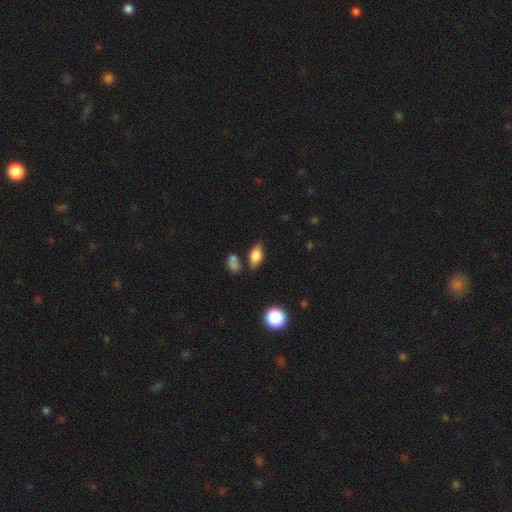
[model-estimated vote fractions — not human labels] Smooth or featured? Predicted: smooth (p=0.75). How rounded? Predicted: in between (p=0.86). Merging? Predicted: none (p=0.71).